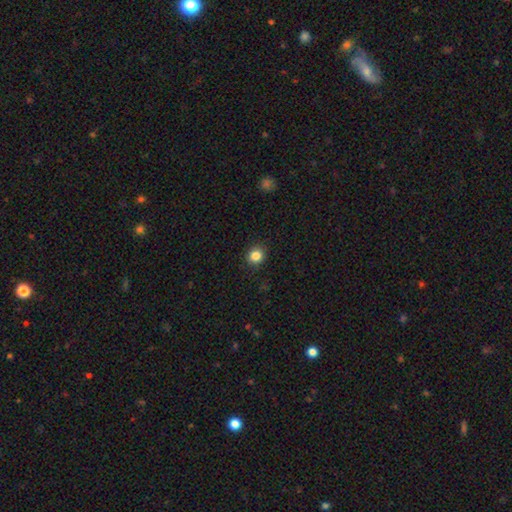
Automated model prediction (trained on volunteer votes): Smooth or featured? Predicted: smooth (p=0.84). How rounded? Predicted: round (p=0.85). Merging? Predicted: none (p=0.90).